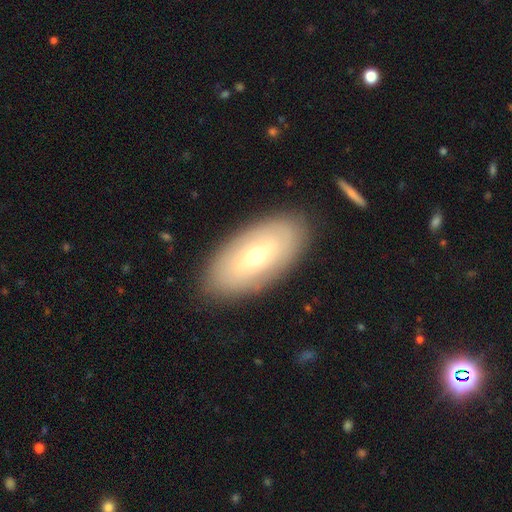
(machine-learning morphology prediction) smooth 52%, featured or disk 41%, star or artifact 7%. Down the decision tree: how rounded — in between (91%); merging — none (86%).